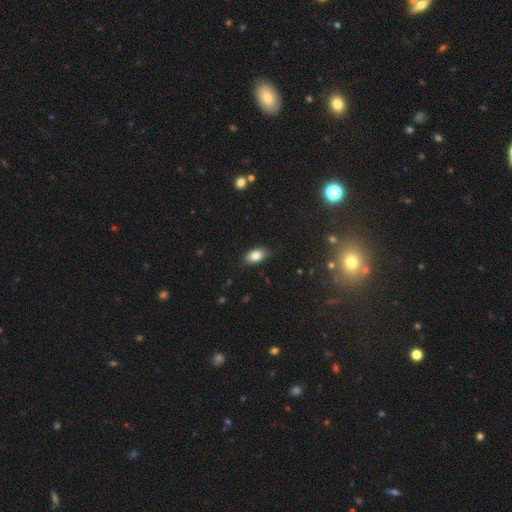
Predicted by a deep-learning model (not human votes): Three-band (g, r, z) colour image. It shows a smooth galaxy with no disk features (82%) that is in between round and cigar-shaped (90%). Merging: none (84%).